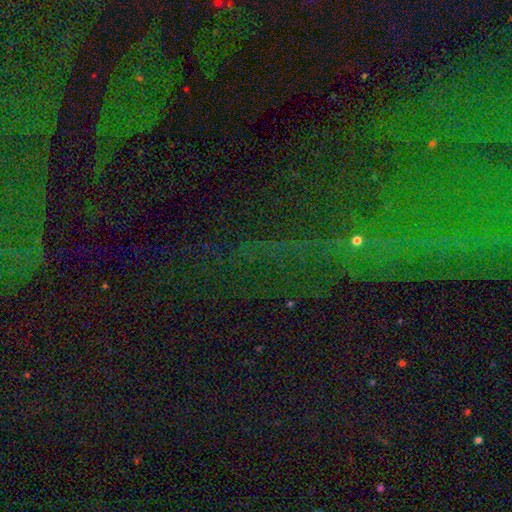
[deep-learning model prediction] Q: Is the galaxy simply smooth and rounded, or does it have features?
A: star or artifact — 80%.